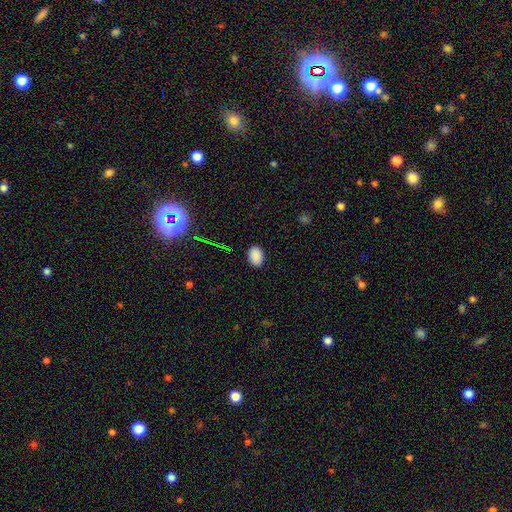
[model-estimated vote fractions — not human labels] smooth-or-featured: smooth: 85% | star or artifact: 11% | featured or disk: 4%
  how-rounded: in between: 85% | round: 14% | cigar-shaped: 1%
  merging: none: 88% | minor disturbance: 9% | major disturbance: 2% | merger: 1%